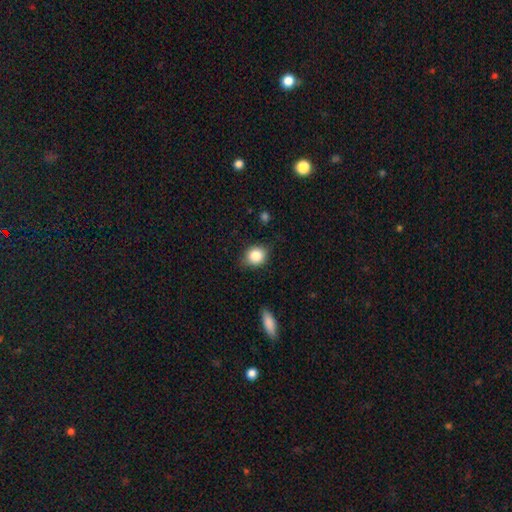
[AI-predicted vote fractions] Smooth or featured?
  - smooth: 83% *
  - star or artifact: 9%
  - featured or disk: 7%
How rounded?
  - round: 61% *
  - in between: 38%
  - cigar-shaped: 1%
Merging?
  - none: 78% *
  - minor disturbance: 17%
  - major disturbance: 3%
  - merger: 1%